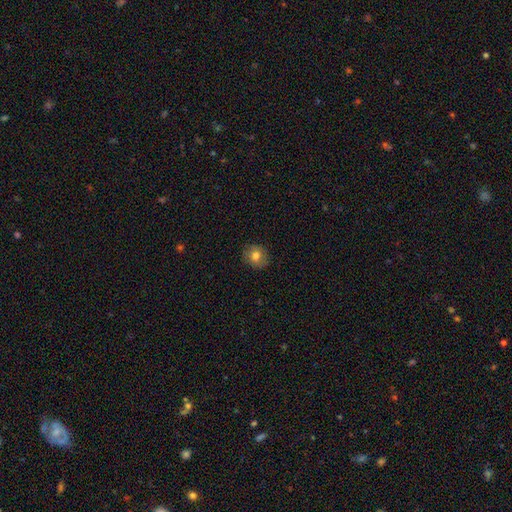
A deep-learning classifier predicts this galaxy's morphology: Smooth or featured: smooth — 77% (featured or disk — 13%)
How rounded: round — 76% (in between — 23%)
Merging: none — 87% (minor disturbance — 10%)